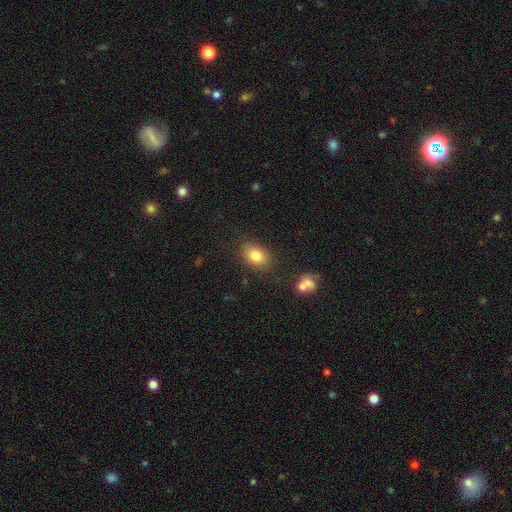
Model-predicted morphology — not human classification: Smooth or featured: smooth — 82% (star or artifact — 9%)
How rounded: in between — 80% (round — 19%)
Merging: none — 83% (minor disturbance — 11%)